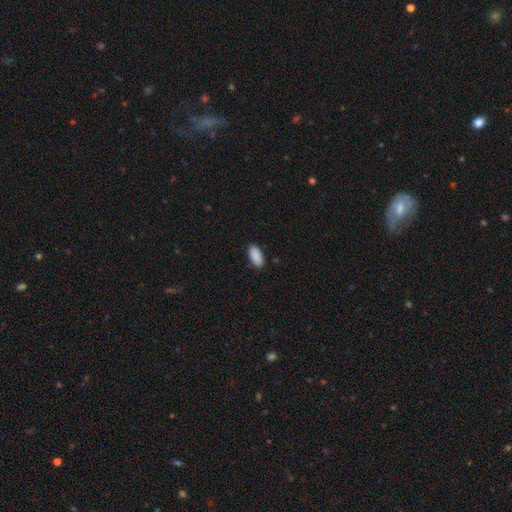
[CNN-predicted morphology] smooth_or_featured: smooth (p=0.91) [alt: star or artifact p=0.07]
how_rounded: in between (p=0.93) [alt: cigar-shaped p=0.05]
merging: none (p=0.88) [alt: minor disturbance p=0.09]